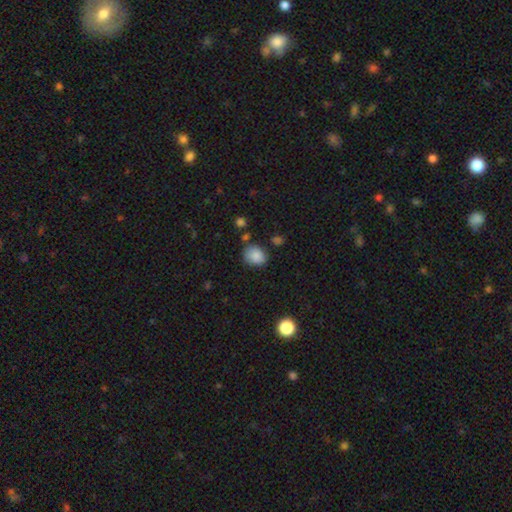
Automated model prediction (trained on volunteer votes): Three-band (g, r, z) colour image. It shows a smooth galaxy with no disk features (85%) that is round (58%). Merging: none (73%).